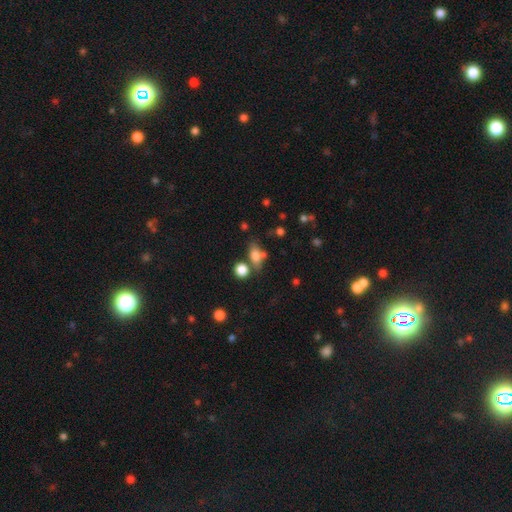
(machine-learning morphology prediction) Smooth or featured?
  - smooth: 75% *
  - featured or disk: 13%
  - star or artifact: 12%
How rounded?
  - in between: 73% *
  - round: 16%
  - cigar-shaped: 11%
Merging?
  - none: 57% *
  - merger: 20%
  - minor disturbance: 16%
  - major disturbance: 7%